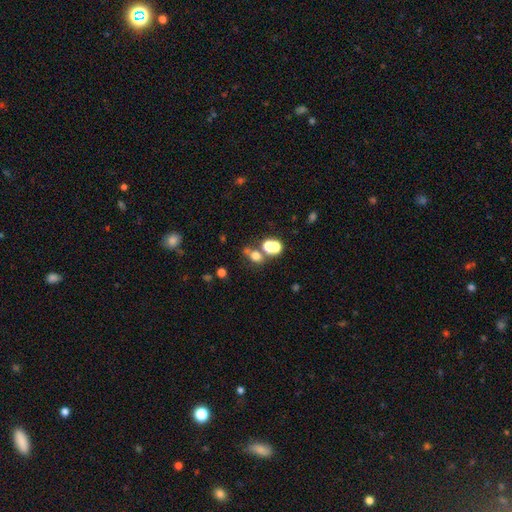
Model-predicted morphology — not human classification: Smooth or featured: smooth — 62% (star or artifact — 23%)
How rounded: round — 59% (in between — 38%)
Merging: none — 45% (merger — 37%)